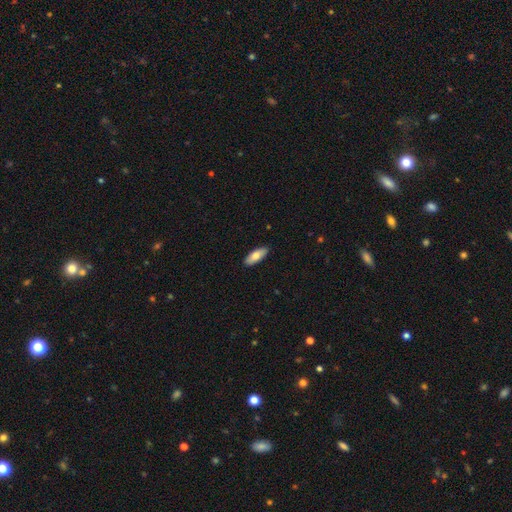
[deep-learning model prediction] Morphology: type=smooth (76%); roundness=in between (74%); merging=none (90%).